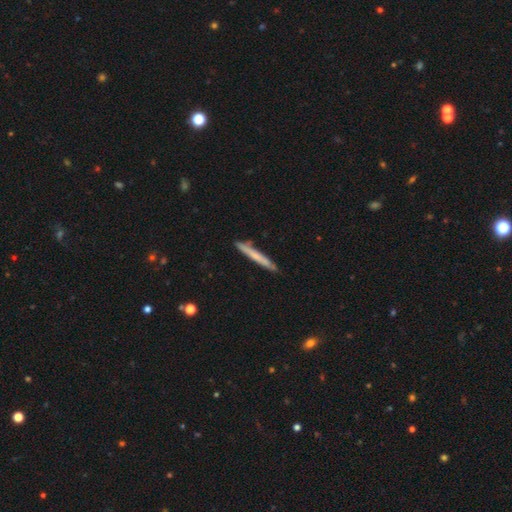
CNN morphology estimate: type=smooth (60%); roundness=cigar-shaped (97%); merging=none (87%).